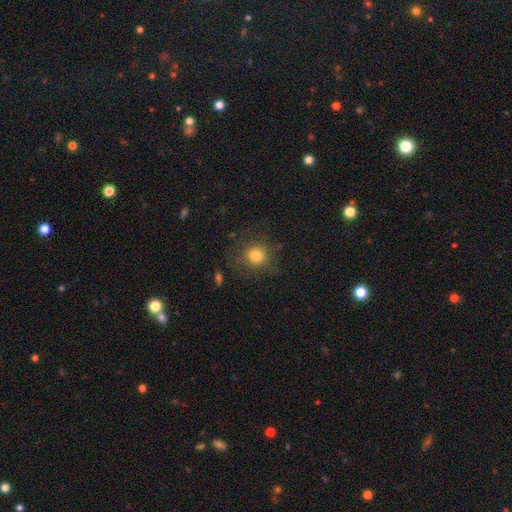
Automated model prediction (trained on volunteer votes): This is likely a smooth galaxy (79%). How rounded: clearly round (86%). Merging: likely none (78%).